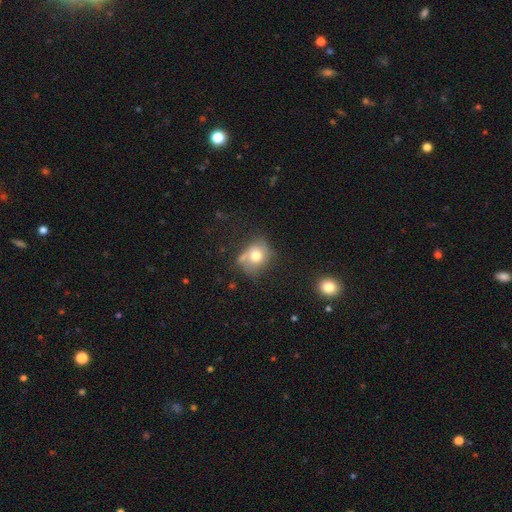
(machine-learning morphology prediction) A smooth galaxy with no disk features (69%) that is round (61%). Merging: none (50%).